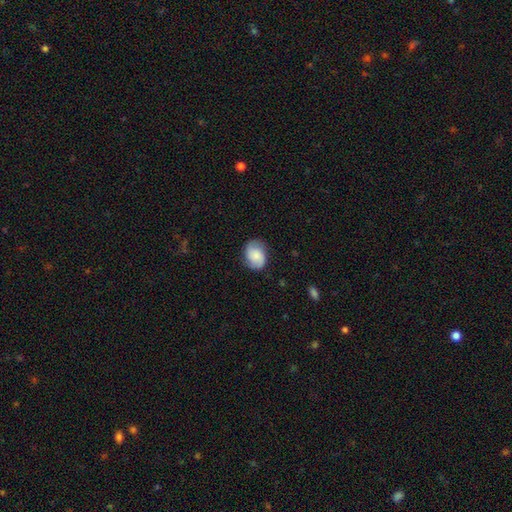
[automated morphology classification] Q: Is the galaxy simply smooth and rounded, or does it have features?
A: smooth — 56%.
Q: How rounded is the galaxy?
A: in between — 63%.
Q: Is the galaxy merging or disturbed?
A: none — 78%.